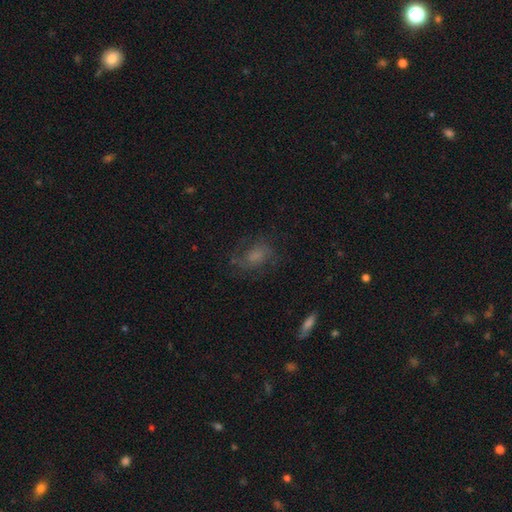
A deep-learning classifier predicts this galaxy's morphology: smooth_or_featured: featured or disk (p=0.48) [alt: smooth p=0.35]
merging: none (p=0.64) [alt: minor disturbance p=0.19]